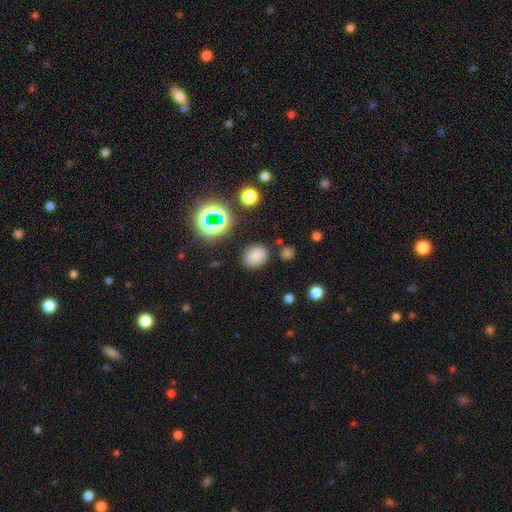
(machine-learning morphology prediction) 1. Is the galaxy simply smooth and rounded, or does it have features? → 76% smooth, 18% star or artifact, 7% featured or disk.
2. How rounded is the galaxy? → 50% round, 48% in between, 1% cigar-shaped.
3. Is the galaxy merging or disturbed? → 82% none, 11% minor disturbance, 4% major disturbance, 3% merger.